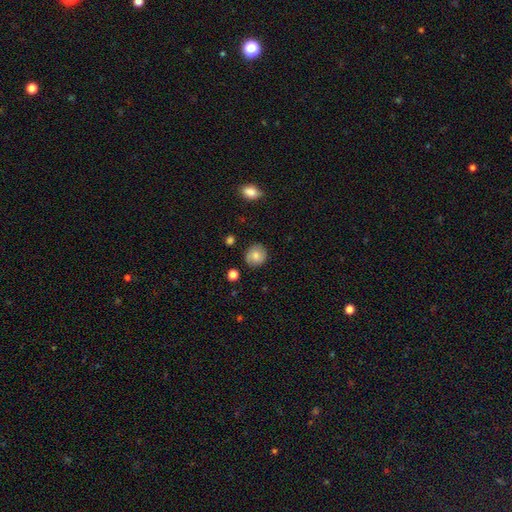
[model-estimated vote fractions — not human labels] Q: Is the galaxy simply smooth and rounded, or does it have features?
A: smooth — 72%.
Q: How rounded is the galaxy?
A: round — 86%.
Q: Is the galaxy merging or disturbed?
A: none — 82%.